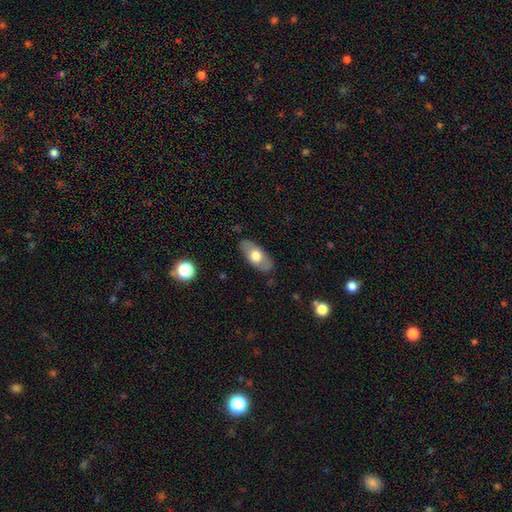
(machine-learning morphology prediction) type=smooth (60%); roundness=in between (89%); merging=none (83%).